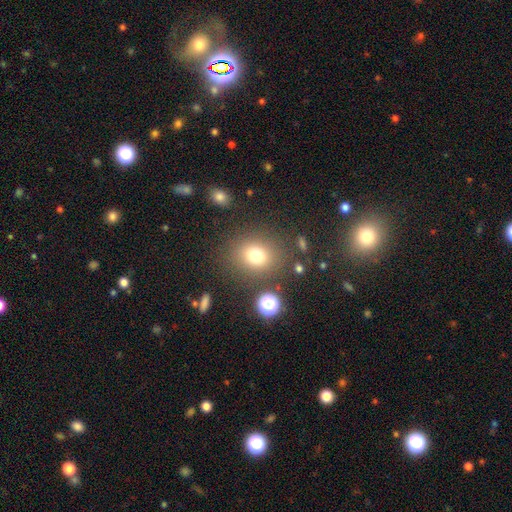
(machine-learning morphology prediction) This is likely a smooth galaxy (76%). How rounded: likely round (70%). Merging: clearly none (81%).